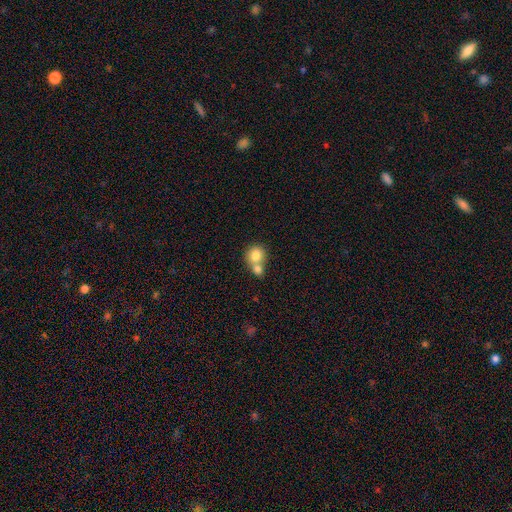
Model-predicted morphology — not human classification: Q: Smooth or featured?
A: smooth (78%); runner-up: featured or disk (12%)
Q: How rounded?
A: round (81%); runner-up: in between (18%)
Q: Merging?
A: merger (59%); runner-up: none (33%)